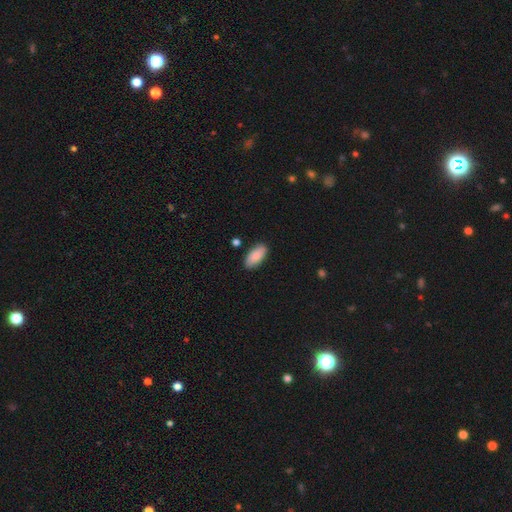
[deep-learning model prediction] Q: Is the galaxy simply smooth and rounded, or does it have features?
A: smooth — 88%.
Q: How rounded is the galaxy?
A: in between — 90%.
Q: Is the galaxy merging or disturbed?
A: none — 85%.